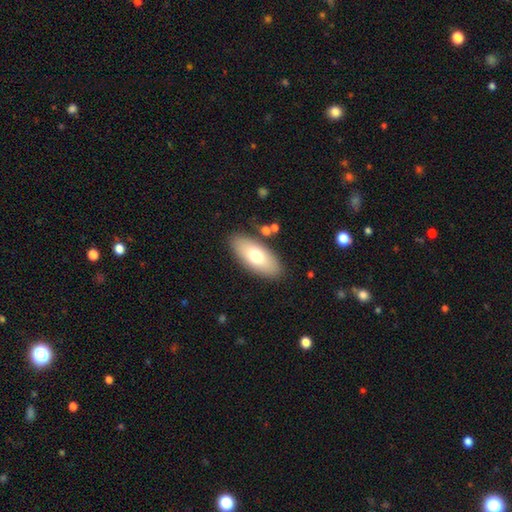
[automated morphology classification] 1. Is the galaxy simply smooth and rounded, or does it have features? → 71% smooth, 22% featured or disk, 6% star or artifact.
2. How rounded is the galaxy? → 87% in between, 11% cigar-shaped, 3% round.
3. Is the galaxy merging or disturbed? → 86% none, 9% minor disturbance, 3% merger, 3% major disturbance.